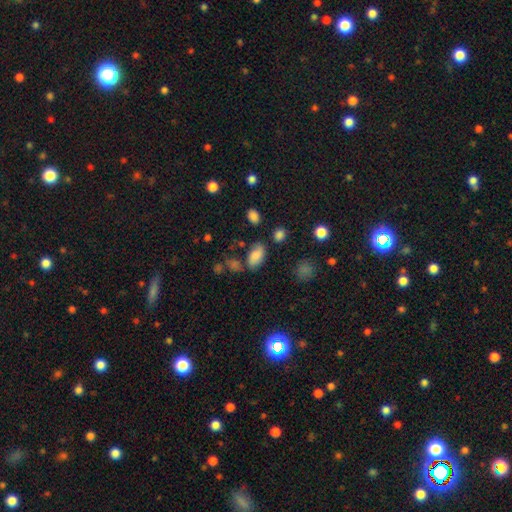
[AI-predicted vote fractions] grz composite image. It shows a smooth galaxy with no disk features (79%) that is in between round and cigar-shaped (93%). Merging: none (62%).